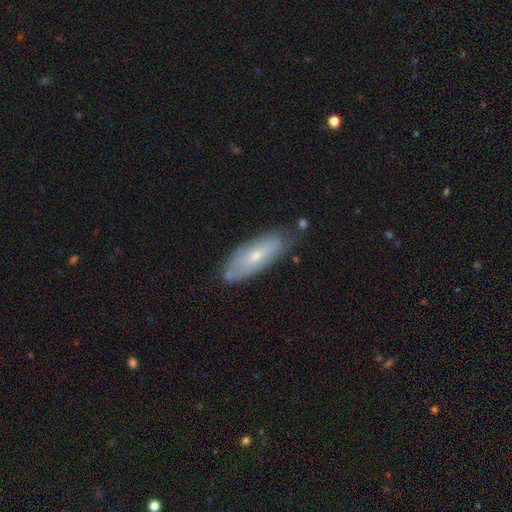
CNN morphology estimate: Smooth or featured? smooth (51%)
How rounded? in between (61%)
Merging? none (71%)